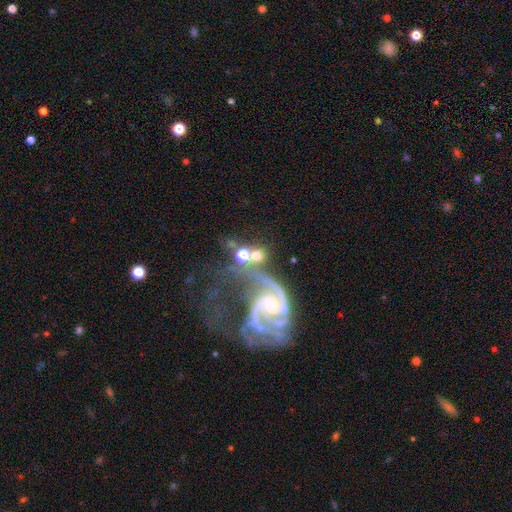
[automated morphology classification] Overall: smooth (46%; featured or disk 42%). Merging: none (52%; merger 24%).